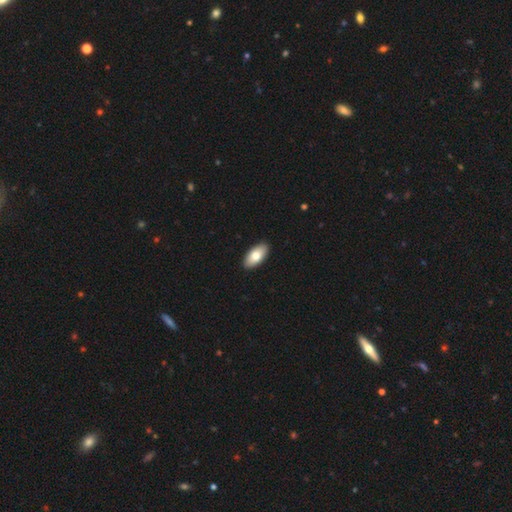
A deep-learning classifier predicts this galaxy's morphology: This is likely a smooth galaxy (77%). How rounded: clearly in between (94%). Merging: clearly none (91%).